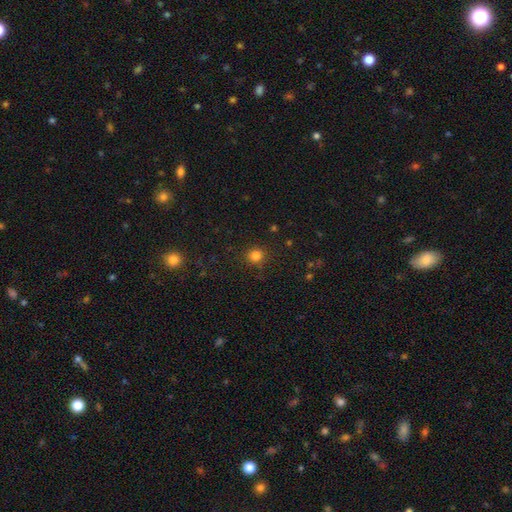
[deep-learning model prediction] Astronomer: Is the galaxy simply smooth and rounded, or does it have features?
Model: smooth — 81%.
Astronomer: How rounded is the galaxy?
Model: round — 91%.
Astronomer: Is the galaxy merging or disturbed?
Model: none — 88%.